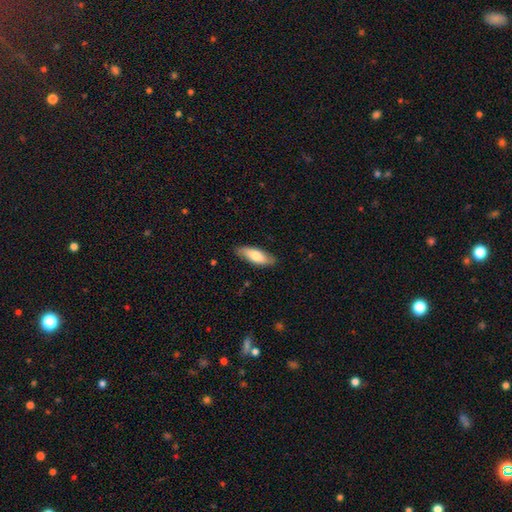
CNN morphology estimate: The model was most divided on "how rounded": in between: 66%, cigar-shaped: 31%, round: 2%. More confident: merging — none (84%); smooth or featured — smooth (72%).